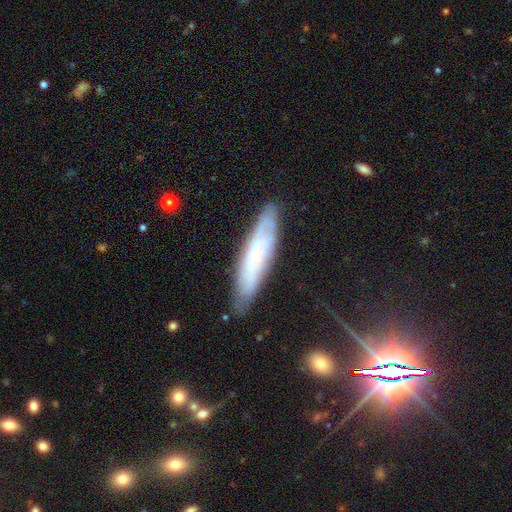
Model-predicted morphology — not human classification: type=featured or disk (60%); edge-on=no (57%); merging=none (81%).